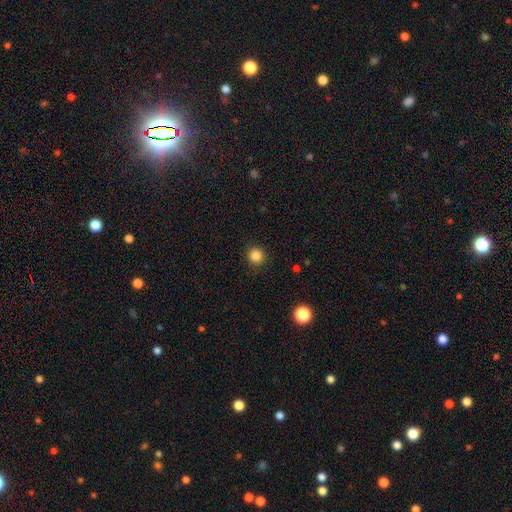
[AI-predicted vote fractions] smooth 85%, star or artifact 12%, featured or disk 3%. Down the decision tree: how rounded — round (92%); merging — none (90%).